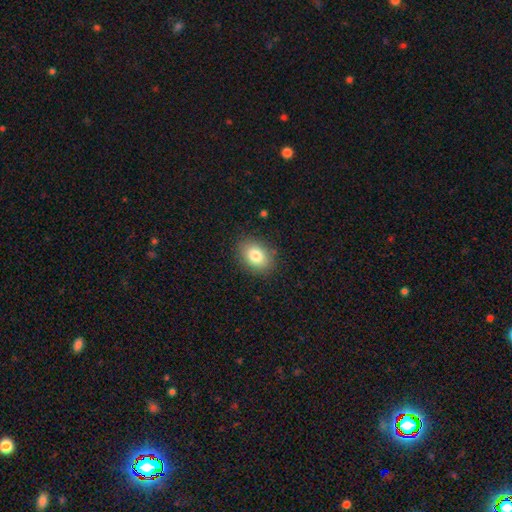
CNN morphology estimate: This appears to be a smooth galaxy with no disk features (81%) that is in between round and cigar-shaped (69%). Merging: none (86%).